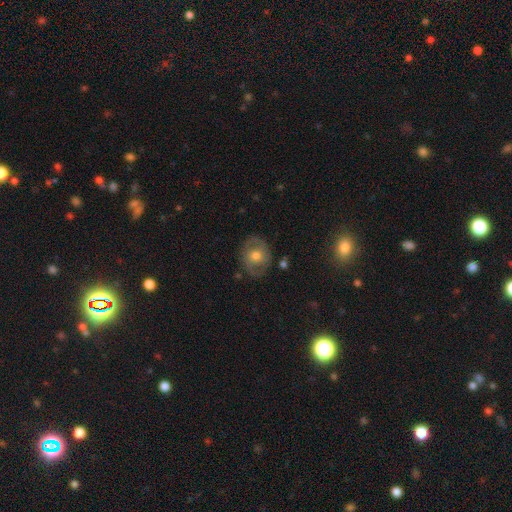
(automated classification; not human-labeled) A featured or disk galaxy (53%) with no bar (73%), spiral arms (62%) and a moderate central bulge (72%). Merging: none (78%).